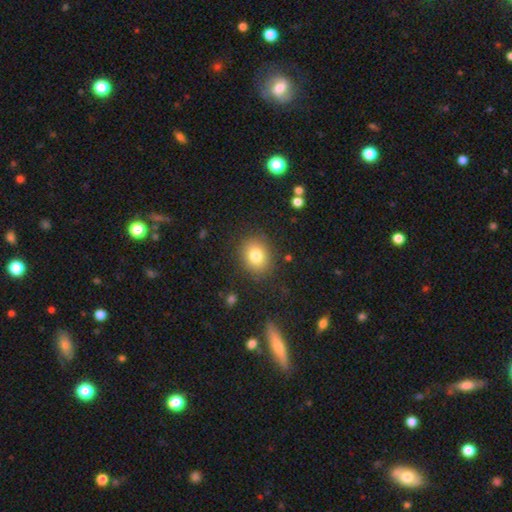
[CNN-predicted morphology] smooth_or_featured: smooth (p=0.80) [alt: star or artifact p=0.10]
how_rounded: round (p=0.57) [alt: in between p=0.43]
merging: none (p=0.85) [alt: minor disturbance p=0.10]